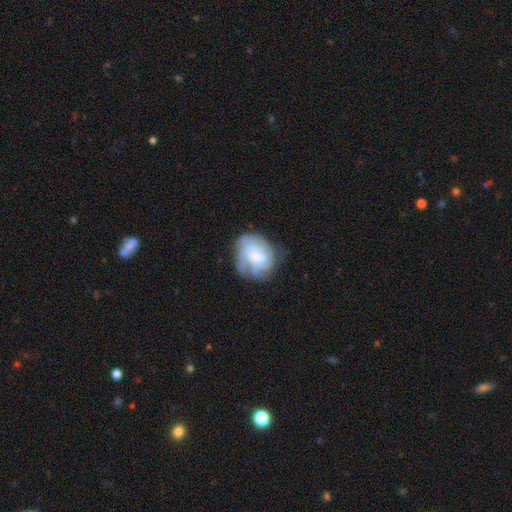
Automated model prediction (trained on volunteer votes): smooth_or_featured: featured or disk (p=0.61) [alt: smooth p=0.31]
disk_edge_on: no (p=0.98) [alt: yes p=0.02]
bar: no (p=0.56) [alt: weak p=0.36]
has_spiral_arms: yes (p=0.72) [alt: no p=0.28]
bulge_size: small (p=0.43) [alt: moderate p=0.31]
merging: none (p=0.51) [alt: minor disturbance p=0.28]